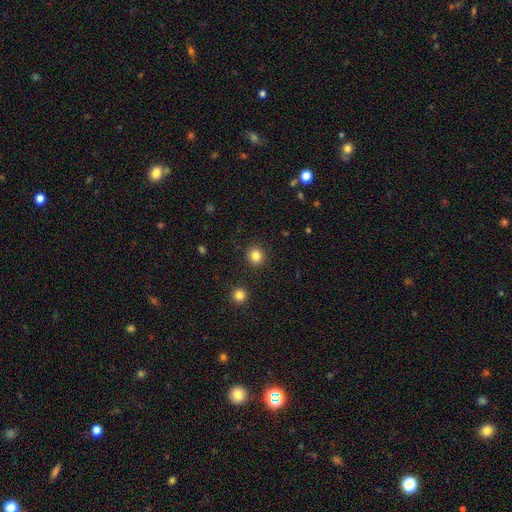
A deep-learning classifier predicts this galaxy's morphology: Overall: smooth (83%). How rounded: round (90%). Merging: none (91%).